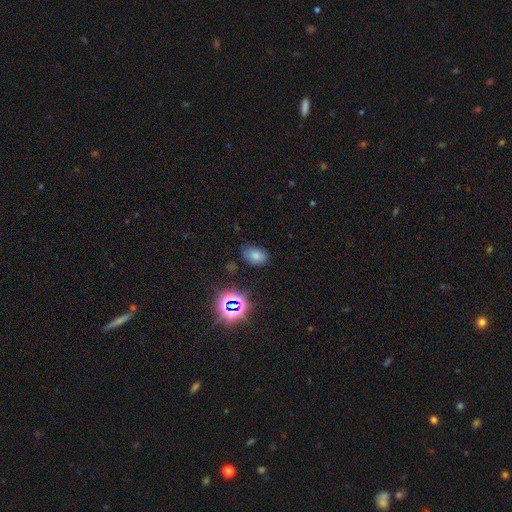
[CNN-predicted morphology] Smooth or featured: smooth — 72% (star or artifact — 20%)
How rounded: in between — 85% (round — 14%)
Merging: none — 78% (minor disturbance — 16%)